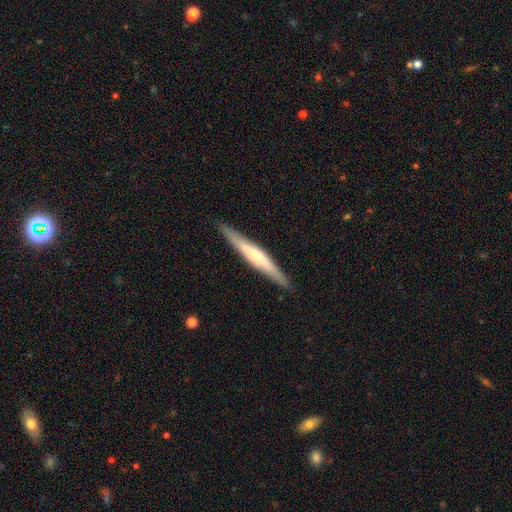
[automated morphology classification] featured or disk 58%, smooth 37%, star or artifact 5%. Down the decision tree: edge-on disk — yes (95%); edge-on bulge — rounded (66%); merging — none (91%).